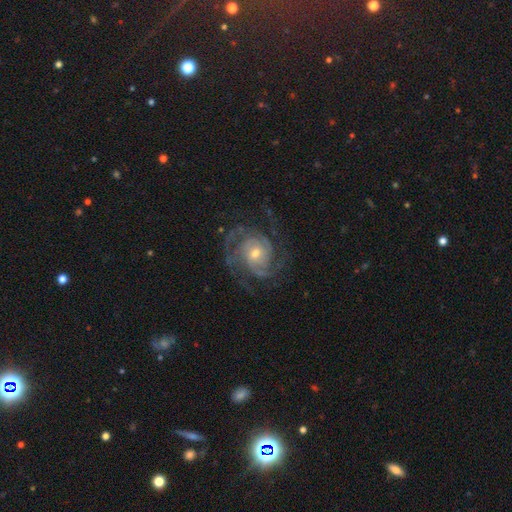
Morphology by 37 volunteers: type=featured or disk (95%); edge-on=no (100%); bar=no (66%); spiral arms=yes (97%); winding=tight (53%); arm count=2 (68%); bulge=small (77%); merging=none (76%).